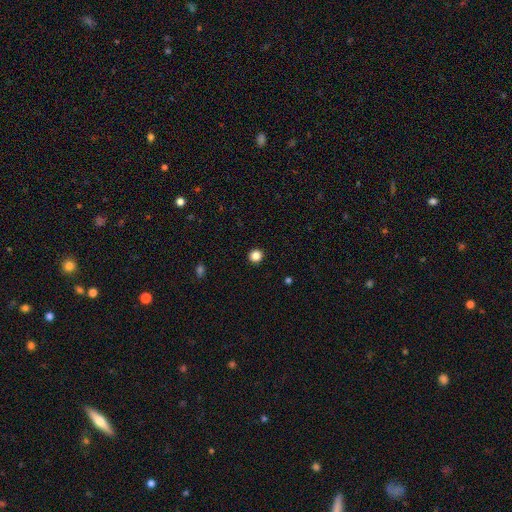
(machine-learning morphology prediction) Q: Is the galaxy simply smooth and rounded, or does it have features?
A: smooth — 85%.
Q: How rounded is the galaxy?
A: round — 94%.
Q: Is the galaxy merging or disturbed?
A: none — 93%.